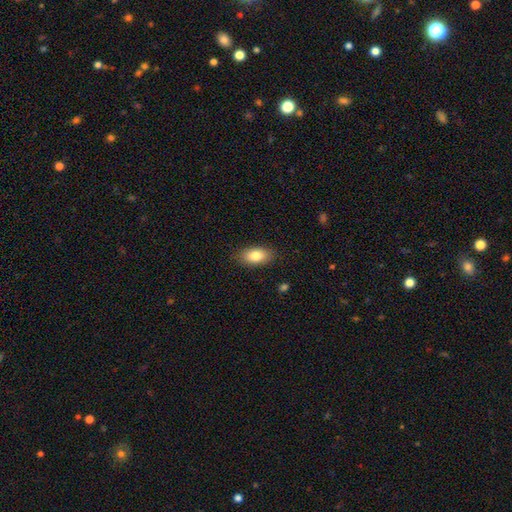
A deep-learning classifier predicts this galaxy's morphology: Smooth or featured?
  - smooth: 83% *
  - featured or disk: 10%
  - star or artifact: 7%
How rounded?
  - in between: 91% *
  - round: 5%
  - cigar-shaped: 4%
Merging?
  - none: 87% *
  - minor disturbance: 10%
  - major disturbance: 2%
  - merger: 1%